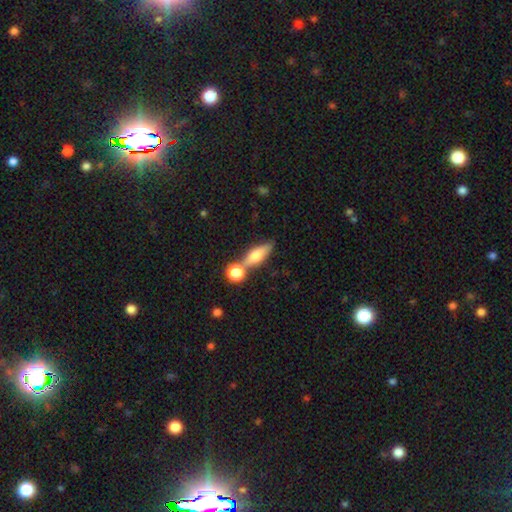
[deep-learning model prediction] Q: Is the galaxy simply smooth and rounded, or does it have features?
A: smooth — 57%.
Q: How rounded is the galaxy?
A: in between — 46%, tied with cigar-shaped.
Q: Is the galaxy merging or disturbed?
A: none — 58%.